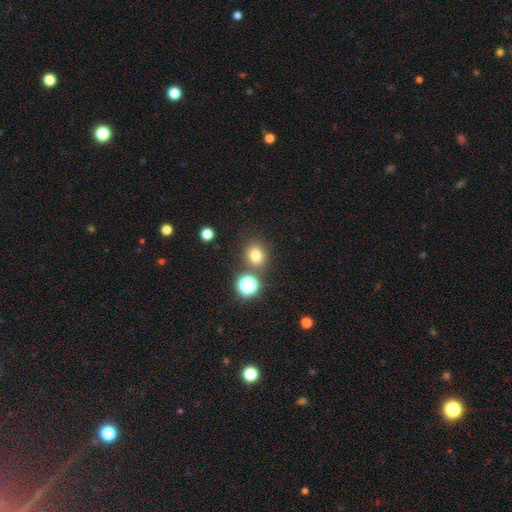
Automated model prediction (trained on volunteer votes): Smooth or featured?
  - smooth: 76% *
  - star or artifact: 17%
  - featured or disk: 7%
How rounded?
  - round: 74% *
  - in between: 25%
  - cigar-shaped: 1%
Merging?
  - none: 78% *
  - minor disturbance: 9%
  - merger: 9%
  - major disturbance: 3%